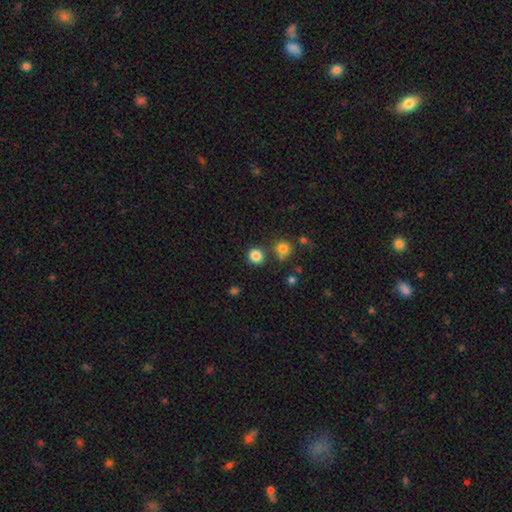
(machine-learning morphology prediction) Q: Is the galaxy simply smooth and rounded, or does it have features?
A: smooth — 83%.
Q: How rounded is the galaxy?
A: round — 91%.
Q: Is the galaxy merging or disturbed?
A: none — 83%.